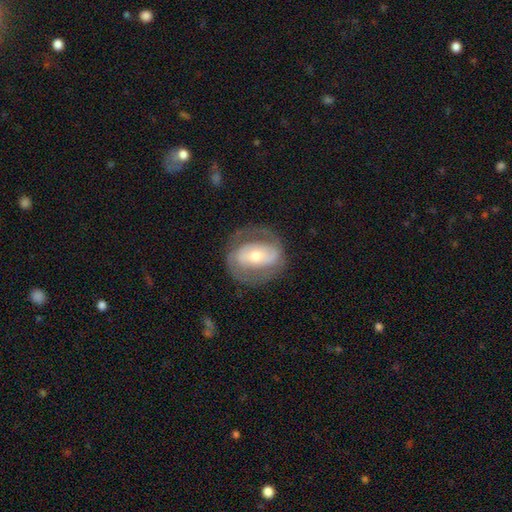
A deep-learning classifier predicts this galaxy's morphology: The model was most divided on "spiral winding": tight: 43%, medium: 41%, loose: 16%. Remaining: edge-on disk — no (94%); spiral arm count — 2 (79%); merging — none (75%); smooth or featured — featured or disk (74%); spiral arms — yes (74%); bulge size — moderate (51%); bar — strong (44%).